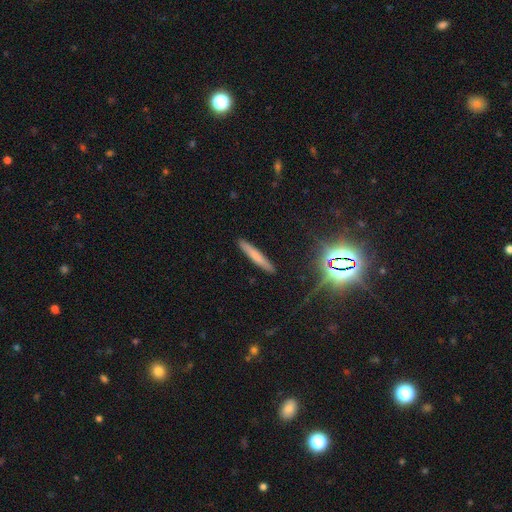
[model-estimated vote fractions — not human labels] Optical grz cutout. It shows a smooth galaxy with no disk features (66%) that is cigar-shaped (95%). Merging: none (90%).